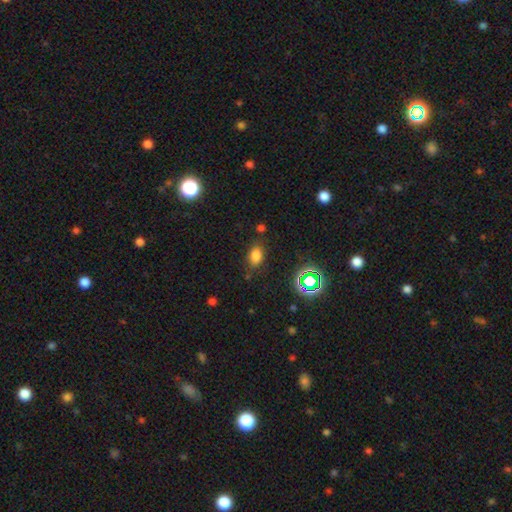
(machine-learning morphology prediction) The model was most divided on "smooth or featured": smooth: 74%, star or artifact: 19%, featured or disk: 7%. More confident: how rounded — in between (82%); merging — none (78%).